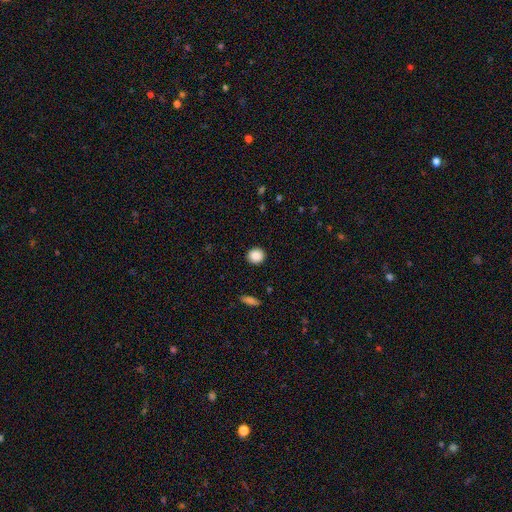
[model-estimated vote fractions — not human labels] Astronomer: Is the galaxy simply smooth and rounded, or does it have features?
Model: smooth — 89%.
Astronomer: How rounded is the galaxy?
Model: round — 89%.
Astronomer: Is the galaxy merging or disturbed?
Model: none — 92%.